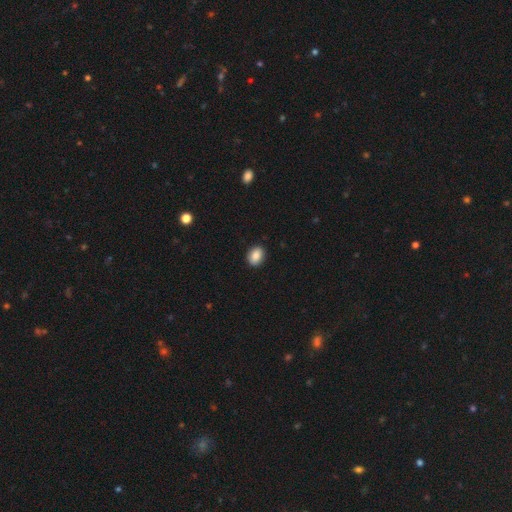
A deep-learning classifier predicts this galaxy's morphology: smooth-or-featured: smooth: 86% | star or artifact: 8% | featured or disk: 5%
  how-rounded: in between: 65% | round: 34% | cigar-shaped: 1%
  merging: none: 90% | minor disturbance: 7% | major disturbance: 2% | merger: 1%